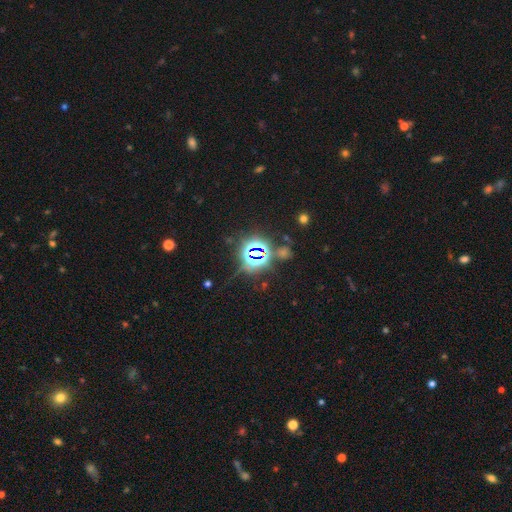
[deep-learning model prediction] Q: Smooth or featured?
A: star or artifact (81%); runner-up: smooth (12%)